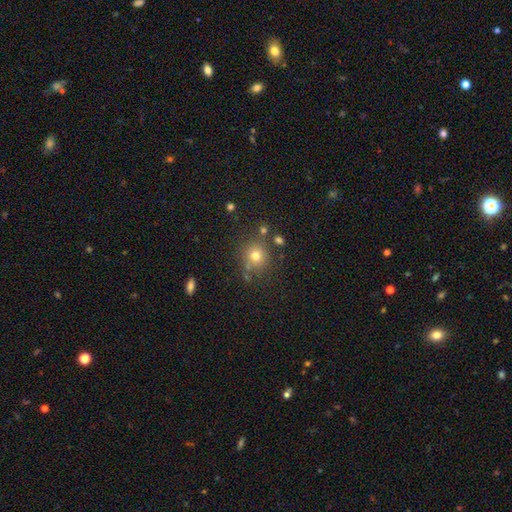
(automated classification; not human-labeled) A smooth galaxy with no disk features (74%) that is round (88%). Merging: none (76%).